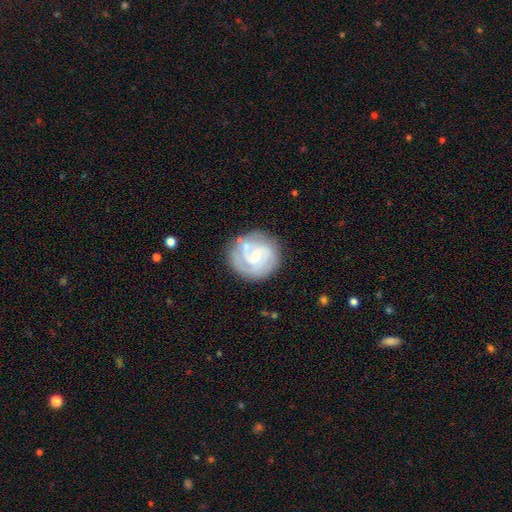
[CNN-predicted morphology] Q: Smooth or featured?
A: featured or disk (83%); runner-up: smooth (12%)
Q: Edge-on disk?
A: no (98%); runner-up: yes (2%)
Q: Bar?
A: no (50%); runner-up: weak (41%)
Q: Spiral arms?
A: yes (96%); runner-up: no (4%)
Q: Spiral winding?
A: tight (65%); runner-up: medium (29%)
Q: Spiral arm count?
A: 2 (45%); runner-up: 3 (25%)
Q: Bulge size?
A: small (60%); runner-up: moderate (36%)
Q: Merging?
A: none (77%); runner-up: minor disturbance (14%)